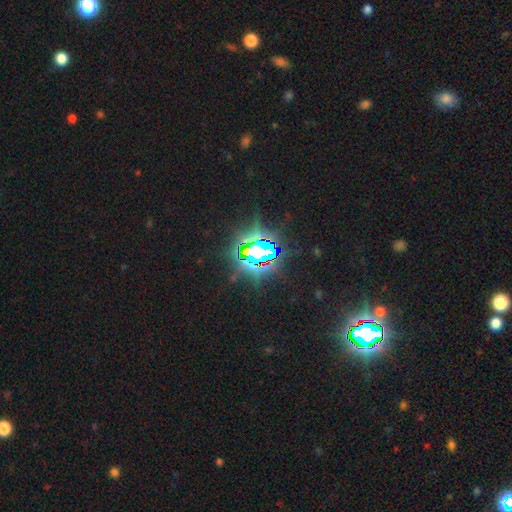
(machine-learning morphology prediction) Overall: star or artifact (77%).